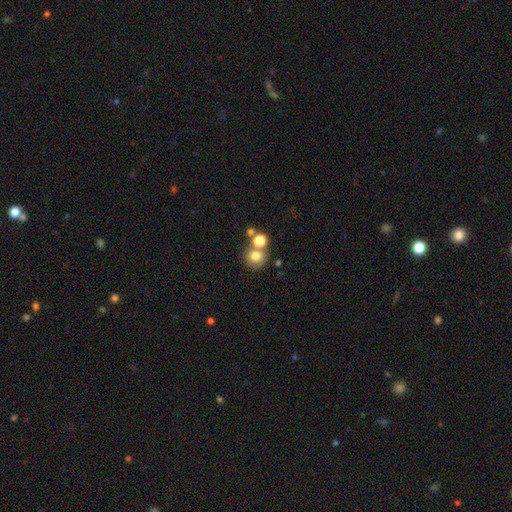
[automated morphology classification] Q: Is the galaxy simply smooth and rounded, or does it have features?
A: smooth — 74%.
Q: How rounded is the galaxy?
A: round — 87%.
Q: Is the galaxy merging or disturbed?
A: none — 55%.